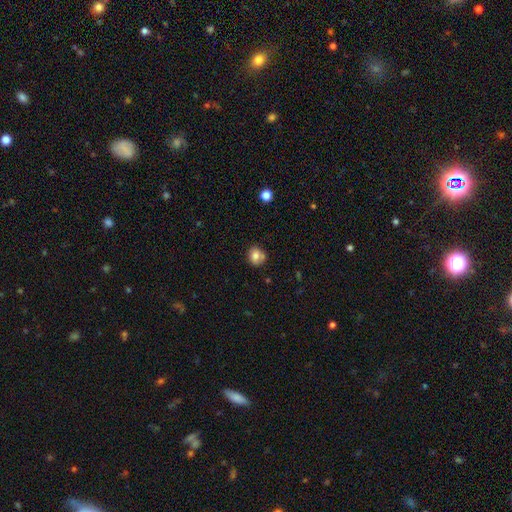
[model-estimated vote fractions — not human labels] smooth_or_featured: smooth (p=0.77) [alt: featured or disk p=0.13]
how_rounded: round (p=0.77) [alt: in between p=0.22]
merging: none (p=0.63) [alt: minor disturbance p=0.16]